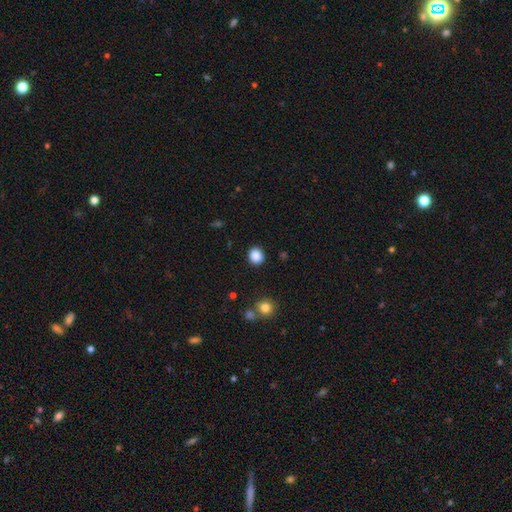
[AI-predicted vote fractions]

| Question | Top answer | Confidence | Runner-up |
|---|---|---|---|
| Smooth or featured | smooth | 87% | star or artifact (10%) |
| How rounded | round | 79% | in between (20%) |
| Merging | none | 90% | minor disturbance (6%) |